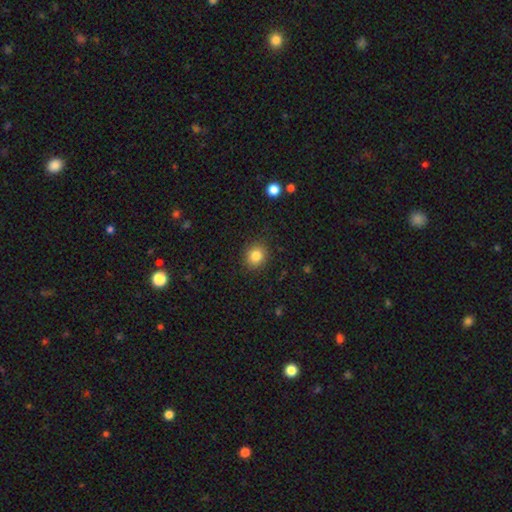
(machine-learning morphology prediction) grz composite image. It shows a smooth galaxy with no disk features (83%) that is round (79%). Merging: none (88%).